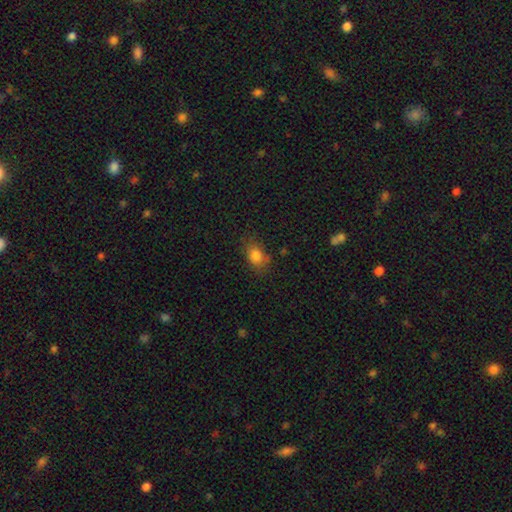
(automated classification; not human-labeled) smooth 81%, star or artifact 11%, featured or disk 8%. Down the decision tree: how rounded — in between (67%); merging — none (66%).